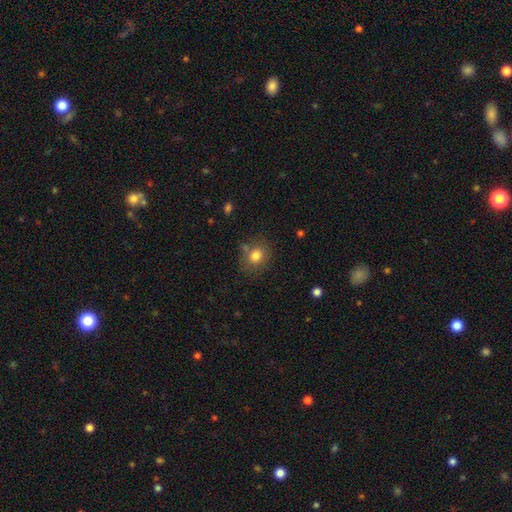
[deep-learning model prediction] Morphology: type=smooth (80%); roundness=round (67%); merging=none (72%).